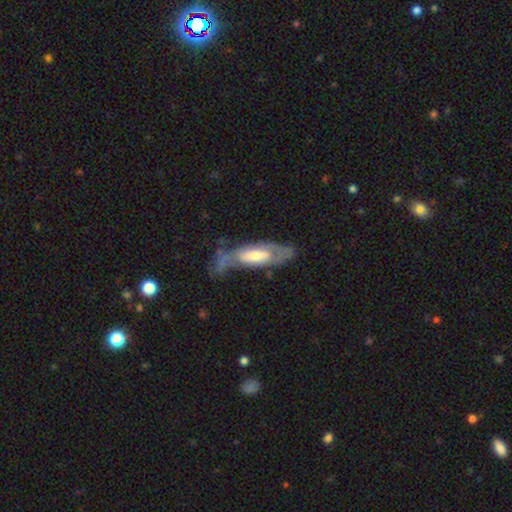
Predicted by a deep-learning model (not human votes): Q: Smooth or featured?
A: featured or disk (63%); runner-up: smooth (32%)
Q: Edge-on disk?
A: no (77%); runner-up: yes (23%)
Q: Merging?
A: none (42%); runner-up: major disturbance (28%)